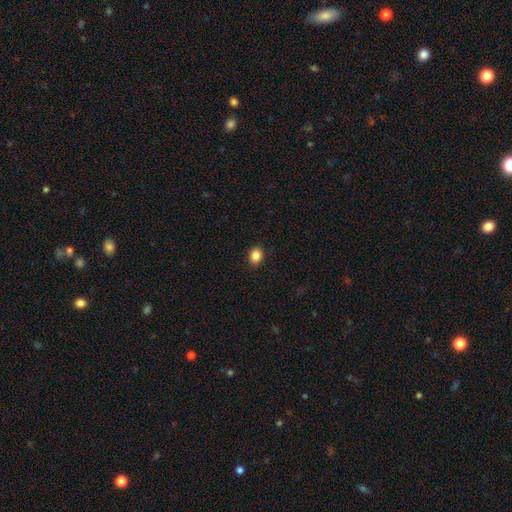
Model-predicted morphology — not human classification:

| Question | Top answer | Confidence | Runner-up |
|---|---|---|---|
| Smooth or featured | smooth | 87% | star or artifact (9%) |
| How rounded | in between | 56% | round (43%) |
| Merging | none | 90% | minor disturbance (7%) |